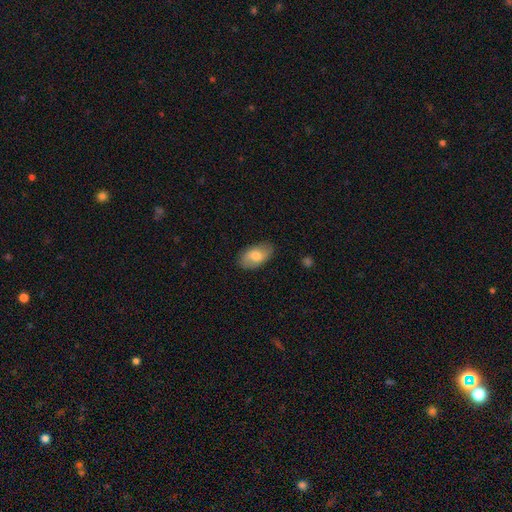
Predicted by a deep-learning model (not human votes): Smooth or featured? Predicted: smooth (p=0.72). How rounded? Predicted: in between (p=0.94). Merging? Predicted: none (p=0.84).